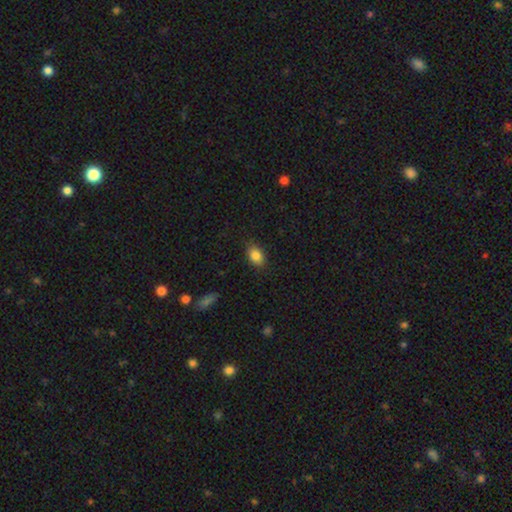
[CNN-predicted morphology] Smooth or featured? smooth (85%)
How rounded? in between (82%)
Merging? none (85%)